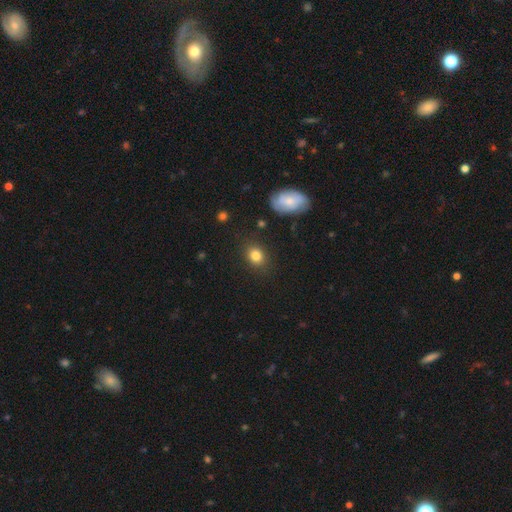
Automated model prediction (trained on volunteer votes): Overall: smooth (83%). How rounded: round (52%; in between 47%). Merging: none (85%).